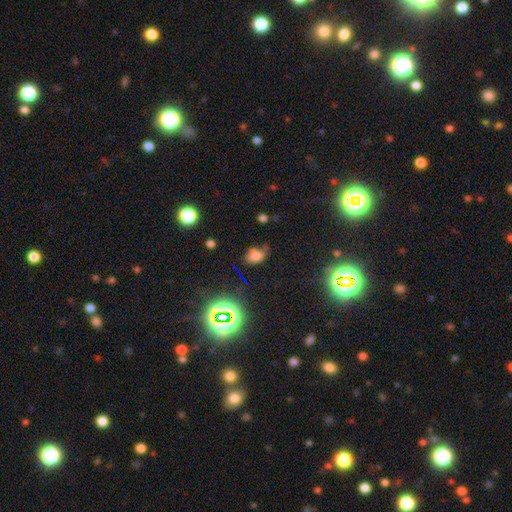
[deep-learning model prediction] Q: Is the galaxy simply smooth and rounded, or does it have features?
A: smooth — 59%.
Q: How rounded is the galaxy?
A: in between — 76%.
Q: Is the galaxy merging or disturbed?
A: none — 53%.